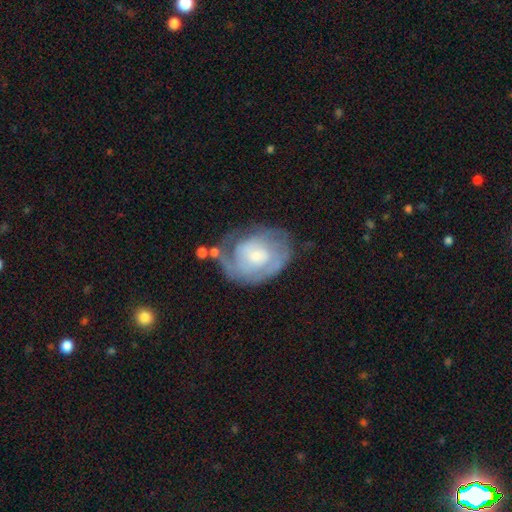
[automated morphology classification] Smooth or featured? Predicted: featured or disk (p=0.71). Edge-on disk? Predicted: no (p=0.97). Bar? Predicted: no (p=0.71). Spiral arms? Predicted: yes (p=0.81). Spiral winding? Predicted: tight (p=0.62). Spiral arm count? Predicted: can't tell (p=0.42). Bulge size? Predicted: moderate (p=0.41, tied with small). Merging? Predicted: none (p=0.50).